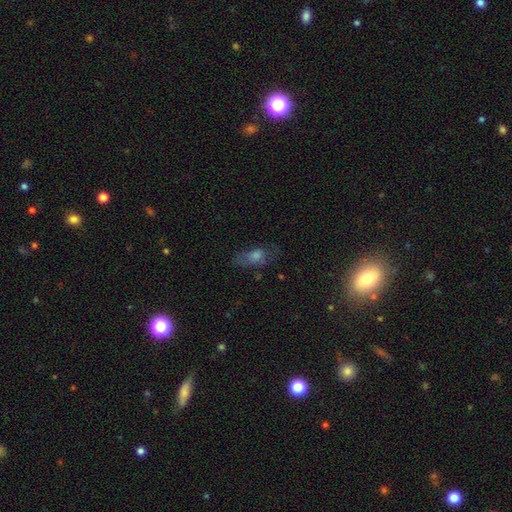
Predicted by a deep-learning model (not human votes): This is possibly a smooth galaxy (47%). Merging: likely none (62%).